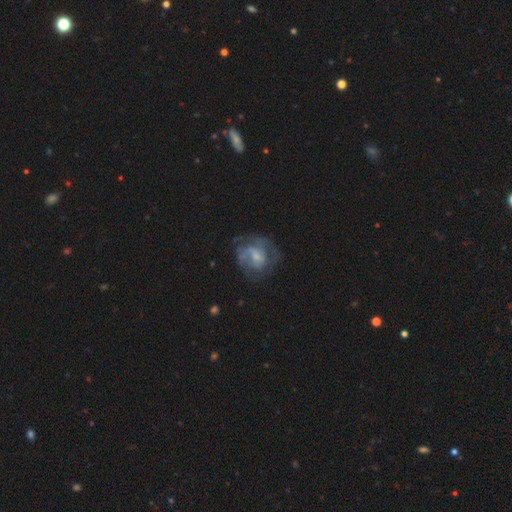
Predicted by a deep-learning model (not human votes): A featured or disk galaxy (67%) with a weak bar (48%), 2 (40%) medium (43%) spiral arms (78%) and a small central bulge (43%).

Vote fractions:
- Smooth or featured? featured or disk: 67% / smooth: 25% / star or artifact: 8%
- Edge-on disk? no: 97% / yes: 3%
- Bar? weak: 48% / no: 39% / strong: 12%
- Spiral arms? yes: 78% / no: 22%
- Spiral winding? medium: 43% / tight: 38% / loose: 19%
- Spiral arm count? 2: 40% / can't tell: 33% / 3: 13% / 1: 9% / 4: 3% / more than 4: 2%
- Bulge size? small: 43% / moderate: 32% / none: 18% / large: 6% / dominant: 1%
- Merging? none: 58% / minor disturbance: 21% / major disturbance: 19% / merger: 2%